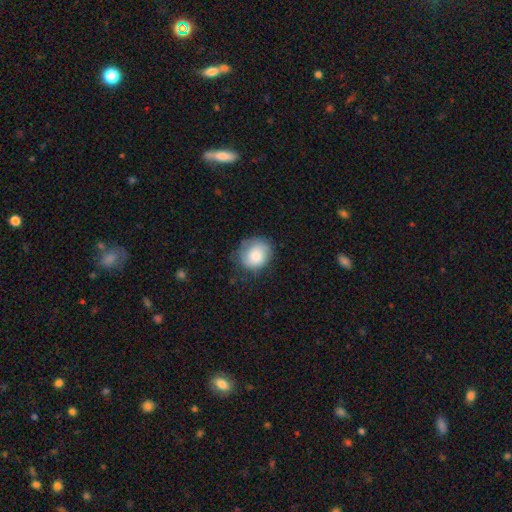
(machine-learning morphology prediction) A smooth galaxy with no disk features (79%) that is round (78%). Merging: none (68%).